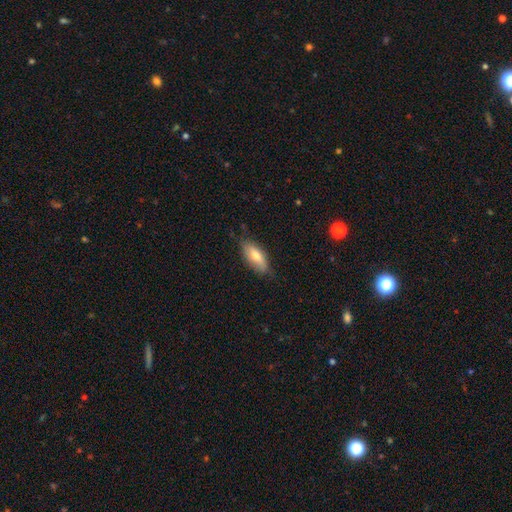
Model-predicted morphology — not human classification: The model was most divided on "smooth or featured": smooth: 71%, featured or disk: 23%, star or artifact: 7%. More confident: how rounded — in between (76%); merging — none (75%).